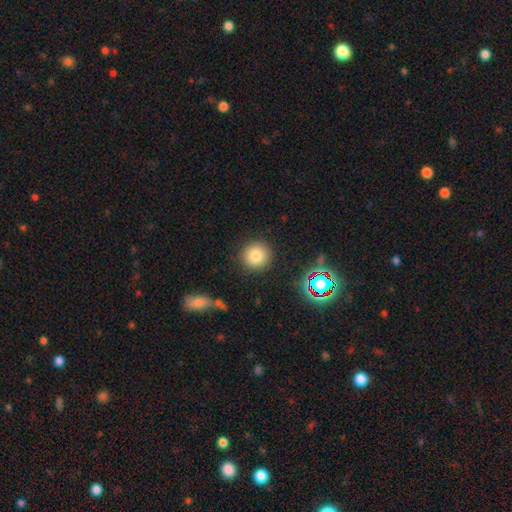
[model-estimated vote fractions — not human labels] Smooth or featured: smooth — 81% (star or artifact — 12%)
How rounded: round — 93% (in between — 6%)
Merging: none — 89% (minor disturbance — 7%)